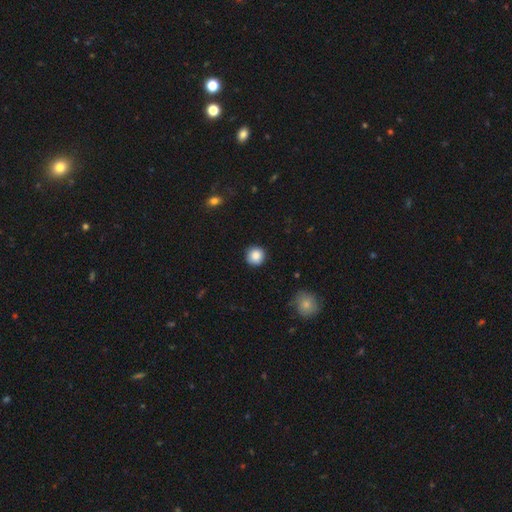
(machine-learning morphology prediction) A smooth galaxy with no disk features (87%) that is round (95%).

Vote fractions:
- Smooth or featured? smooth: 87% / star or artifact: 9% / featured or disk: 5%
- How rounded? round: 95% / in between: 4% / cigar-shaped: 1%
- Merging? none: 91% / minor disturbance: 6% / major disturbance: 2% / merger: 1%